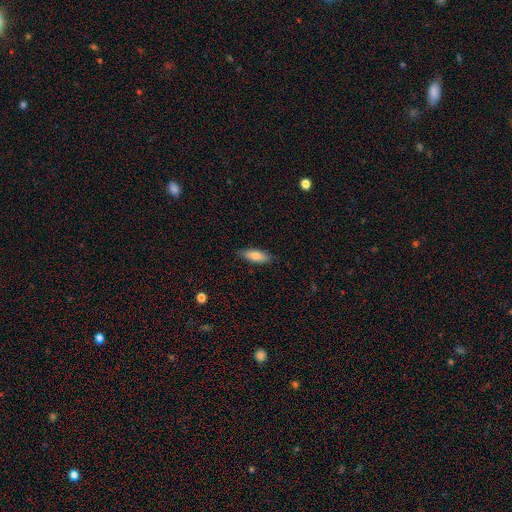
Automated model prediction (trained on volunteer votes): Morphology: type=smooth (81%); roundness=in between (63%); merging=none (86%).